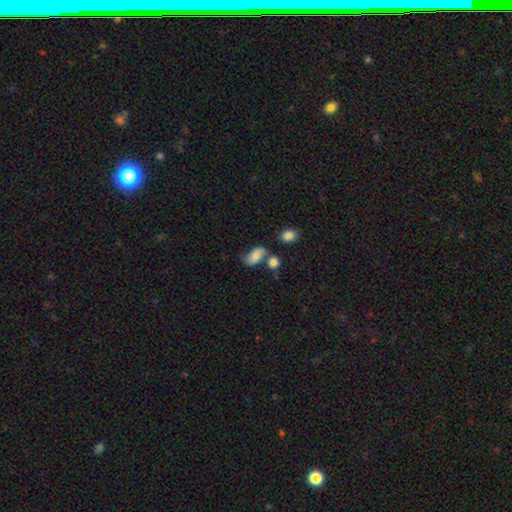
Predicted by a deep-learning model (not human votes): Smooth or featured? smooth (68%)
How rounded? in between (89%)
Merging? none (42%)